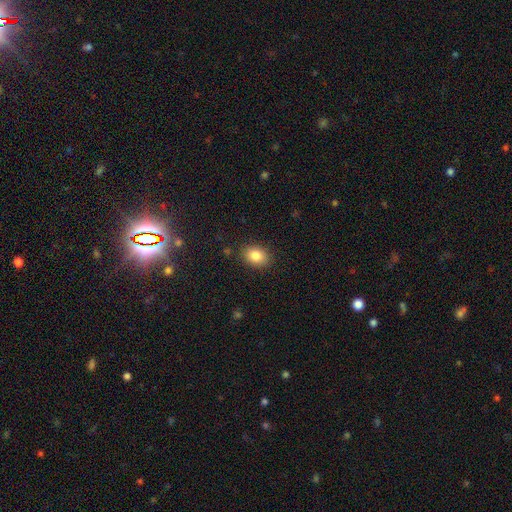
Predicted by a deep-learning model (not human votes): This is clearly a smooth galaxy (85%). How rounded: likely in between (75%). Merging: clearly none (86%).